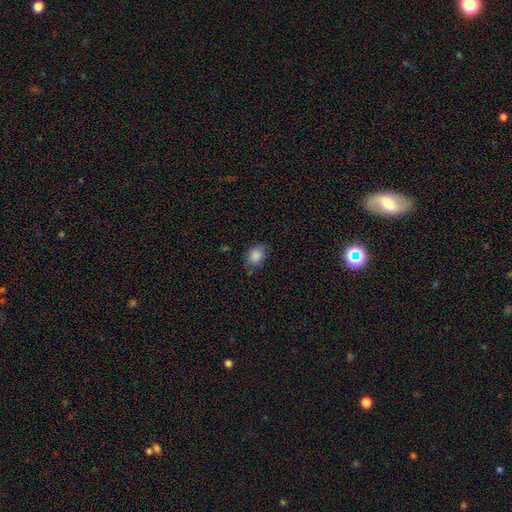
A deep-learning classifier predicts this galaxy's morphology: smooth-or-featured: smooth: 86% | star or artifact: 8% | featured or disk: 5%
  how-rounded: in between: 64% | round: 35% | cigar-shaped: 1%
  merging: none: 76% | minor disturbance: 18% | major disturbance: 4% | merger: 2%